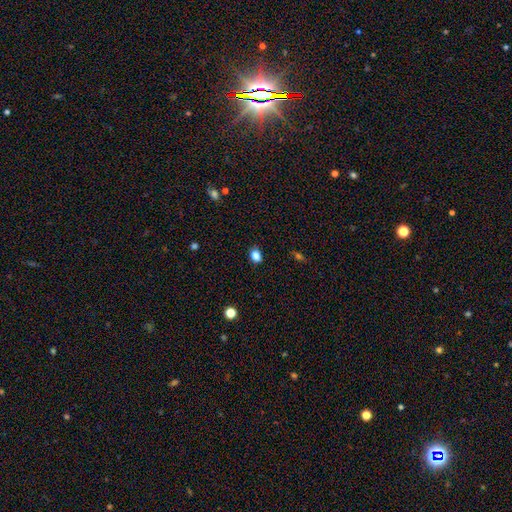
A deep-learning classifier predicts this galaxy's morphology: Smooth or featured? smooth (84%)
How rounded? in between (67%)
Merging? none (86%)